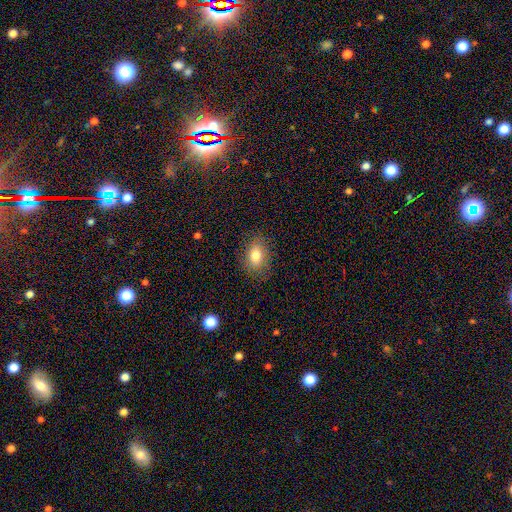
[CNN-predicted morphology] type=smooth (78%); roundness=in between (78%); merging=none (80%).